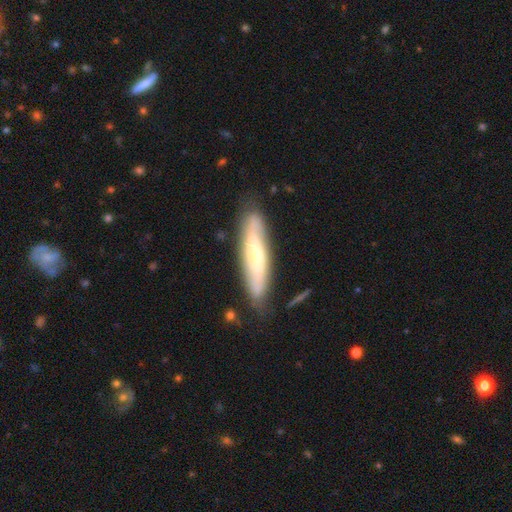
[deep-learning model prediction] Morphology: type=featured or disk (56%); edge-on=no (50%, tied with yes); merging=none (79%).